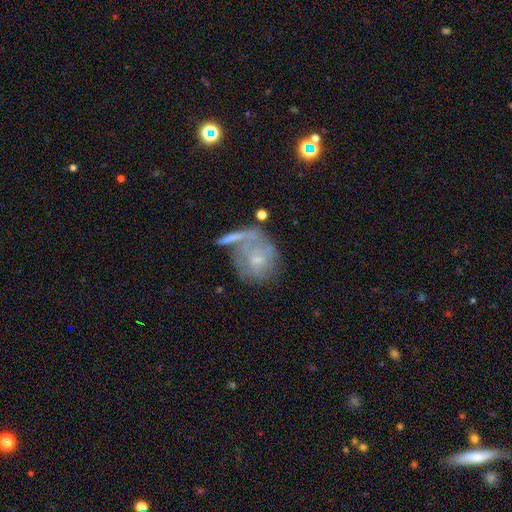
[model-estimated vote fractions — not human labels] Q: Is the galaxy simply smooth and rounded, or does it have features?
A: featured or disk — 53%.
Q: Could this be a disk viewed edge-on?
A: no — 94%.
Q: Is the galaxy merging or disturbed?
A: none — 43%.